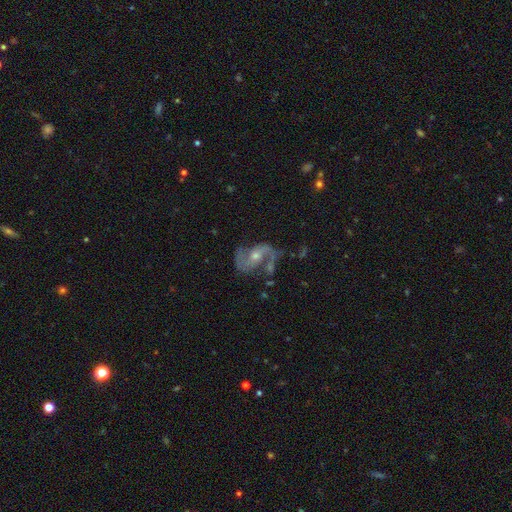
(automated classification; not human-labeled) The model was most divided on "spiral winding" (2-way tie): loose: 44%, medium: 44%, tight: 12%. Remaining: edge-on disk — no (97%); spiral arms — yes (95%); spiral arm count — 2 (89%); smooth or featured — featured or disk (86%); merging — none (56%); bulge size — moderate (53%); bar — no (47%).